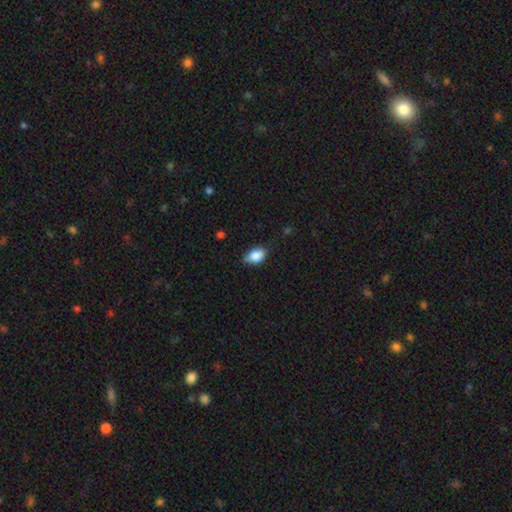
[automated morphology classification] The model was most divided on "merging": none: 64%, minor disturbance: 30%, major disturbance: 5%, merger: 1%. More confident: how rounded — in between (85%); smooth or featured — smooth (84%).